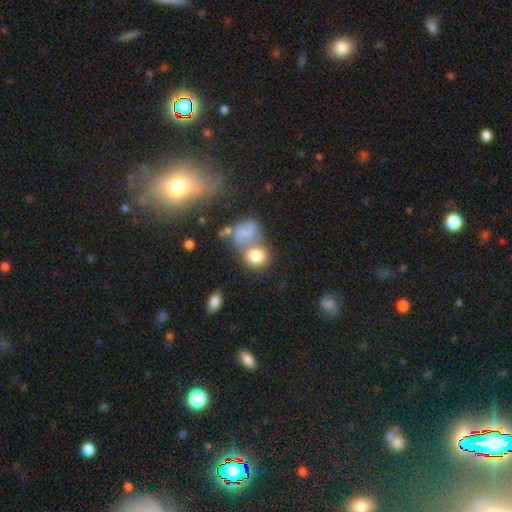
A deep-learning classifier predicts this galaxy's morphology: Q: Smooth or featured?
A: smooth (74%); runner-up: featured or disk (14%)
Q: How rounded?
A: round (61%); runner-up: in between (37%)
Q: Merging?
A: merger (44%); runner-up: none (34%)